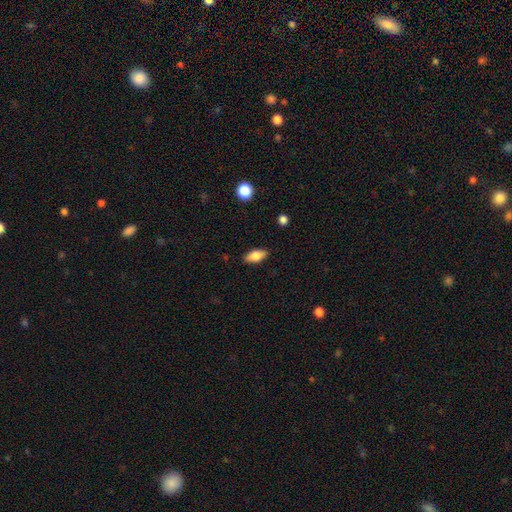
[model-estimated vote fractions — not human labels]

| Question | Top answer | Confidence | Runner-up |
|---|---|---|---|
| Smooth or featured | smooth | 80% | featured or disk (12%) |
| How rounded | in between | 86% | cigar-shaped (11%) |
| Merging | none | 86% | minor disturbance (11%) |